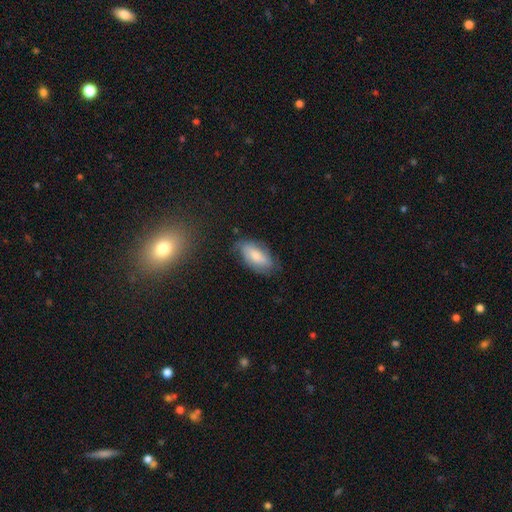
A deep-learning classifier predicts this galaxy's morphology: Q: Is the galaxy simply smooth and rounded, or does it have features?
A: smooth — 68%.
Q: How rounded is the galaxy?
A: in between — 89%.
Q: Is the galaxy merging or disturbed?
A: none — 63%.